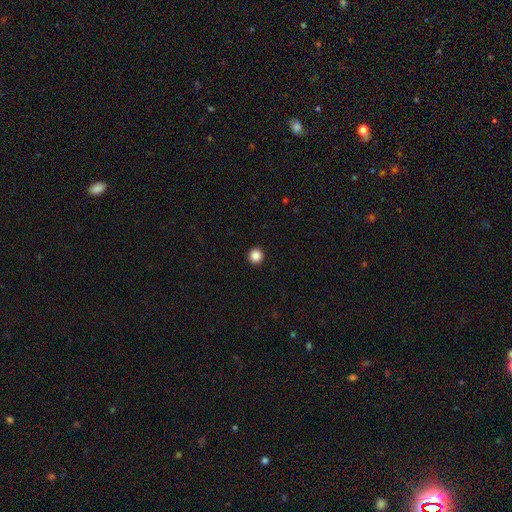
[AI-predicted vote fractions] smooth_or_featured: smooth (p=0.87) [alt: star or artifact p=0.10]
how_rounded: round (p=0.95) [alt: in between p=0.04]
merging: none (p=0.94) [alt: minor disturbance p=0.04]